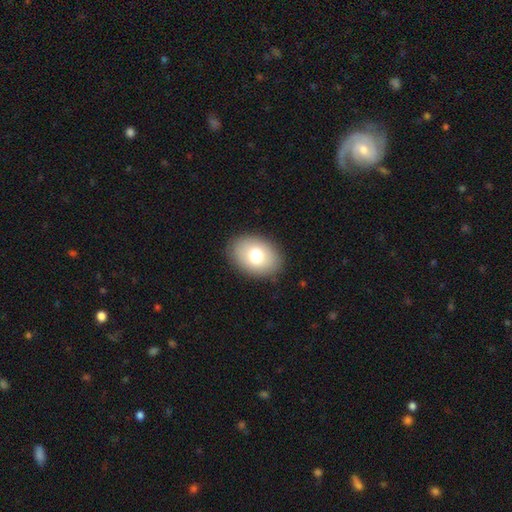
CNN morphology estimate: smooth 75%, featured or disk 16%, star or artifact 8%. Down the decision tree: how rounded — in between (78%); merging — none (88%).